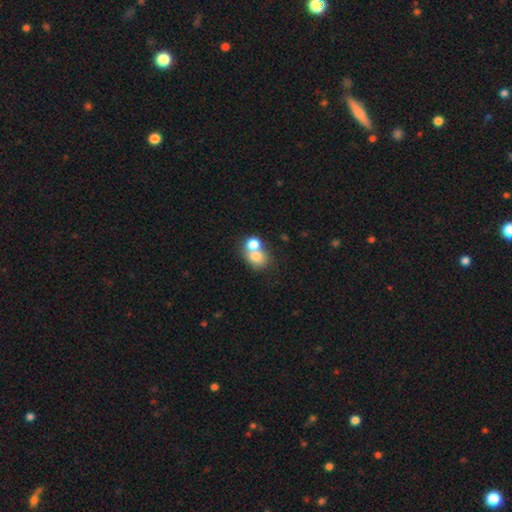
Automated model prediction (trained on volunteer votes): Morphology: type=smooth (73%); roundness=round (58%); merging=merger (62%).